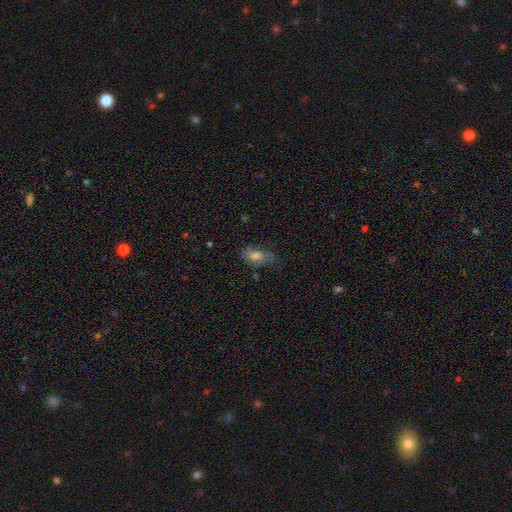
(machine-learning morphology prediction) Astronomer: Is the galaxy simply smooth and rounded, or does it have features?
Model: smooth — 44% (runner-up: featured or disk, 42%).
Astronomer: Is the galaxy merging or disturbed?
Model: none — 66%.